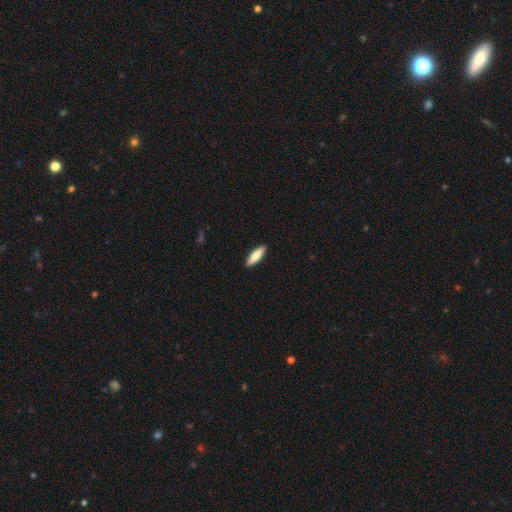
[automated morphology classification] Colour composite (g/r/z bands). It shows a smooth galaxy with no disk features (78%) that is cigar-shaped (58%). Merging: none (91%).